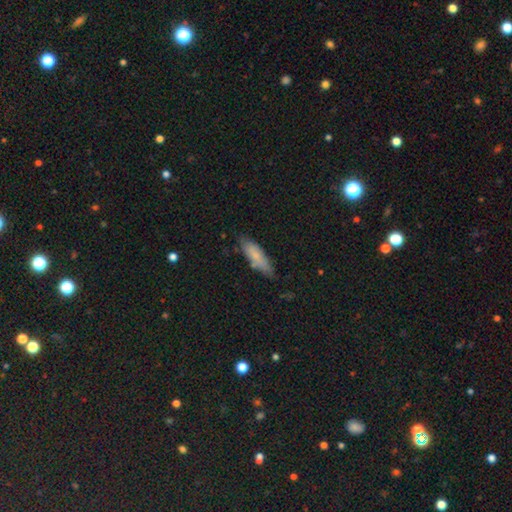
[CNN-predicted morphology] The model was most divided on "how rounded": cigar-shaped: 57%, in between: 41%, round: 2%. More confident: smooth or featured — smooth (76%); merging — none (72%).